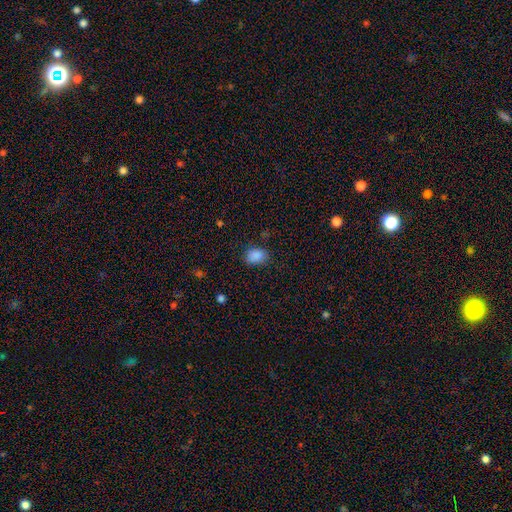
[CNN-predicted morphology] A smooth galaxy with no disk features (86%) that is in between round and cigar-shaped (64%). Merging: none (73%).